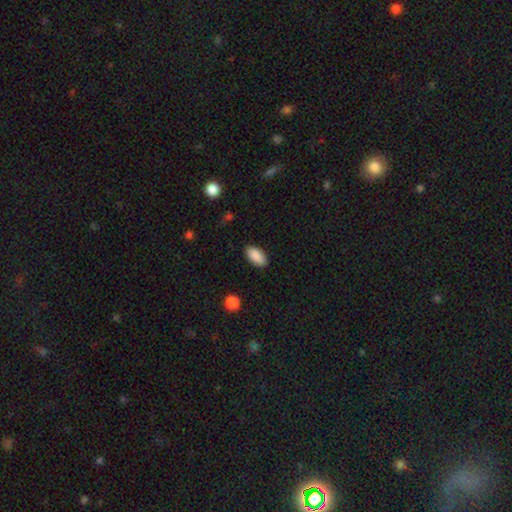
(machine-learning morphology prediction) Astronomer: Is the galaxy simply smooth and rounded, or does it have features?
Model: smooth — 90%.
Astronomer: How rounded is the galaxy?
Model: in between — 94%.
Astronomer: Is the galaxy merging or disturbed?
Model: none — 87%.